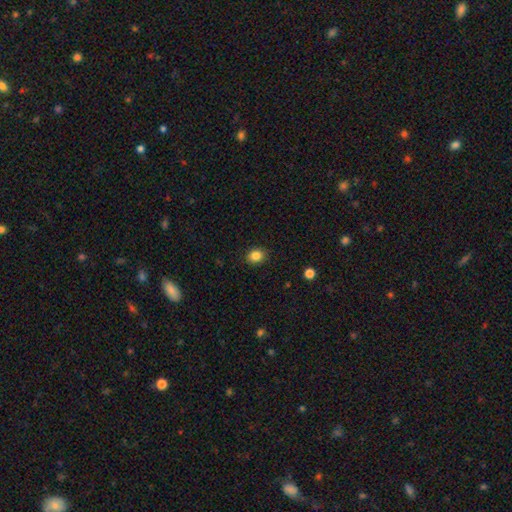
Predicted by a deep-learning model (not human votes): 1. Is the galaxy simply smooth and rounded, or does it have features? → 85% smooth, 10% star or artifact, 5% featured or disk.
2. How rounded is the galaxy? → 65% round, 34% in between, 1% cigar-shaped.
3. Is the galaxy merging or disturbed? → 90% none, 7% minor disturbance, 2% major disturbance, 1% merger.